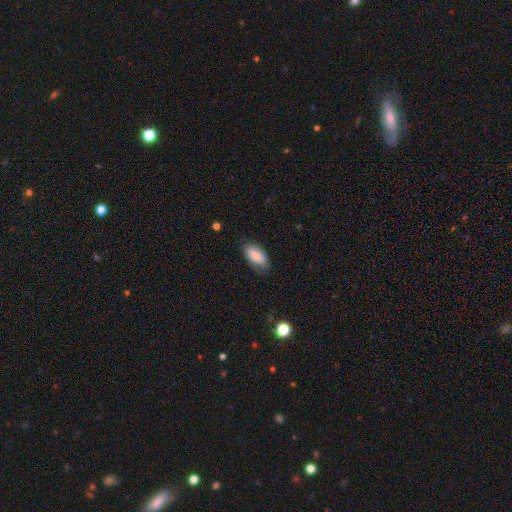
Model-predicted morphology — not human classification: Smooth or featured: smooth — 82% (featured or disk — 11%)
How rounded: in between — 89% (cigar-shaped — 8%)
Merging: none — 72% (minor disturbance — 22%)